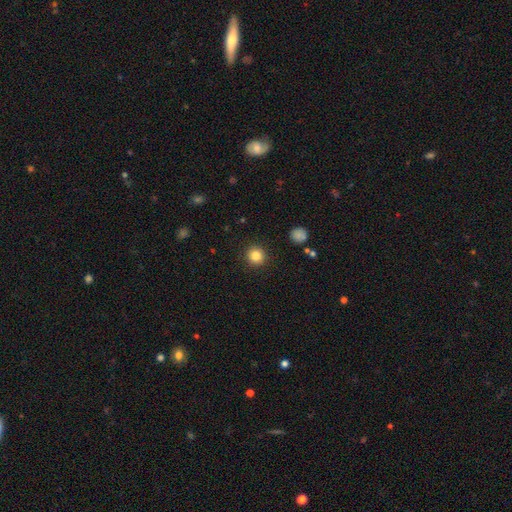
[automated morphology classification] smooth-or-featured: smooth: 84% | star or artifact: 11% | featured or disk: 5%
  how-rounded: round: 94% | in between: 5% | cigar-shaped: 1%
  merging: none: 91% | minor disturbance: 5% | major disturbance: 2% | merger: 1%